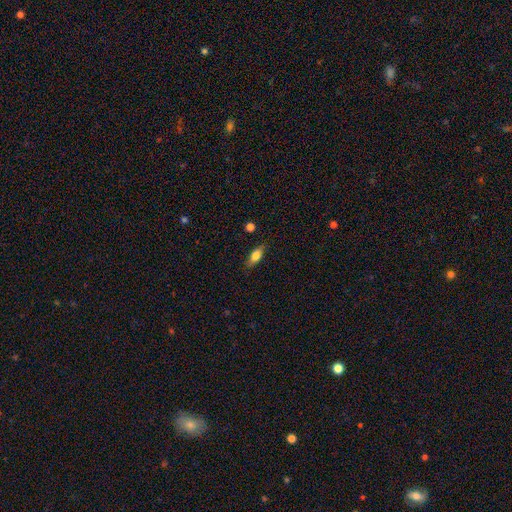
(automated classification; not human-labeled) The model was most divided on "smooth or featured": smooth: 77%, featured or disk: 15%, star or artifact: 7%. More confident: merging — none (80%); how rounded — in between (79%).